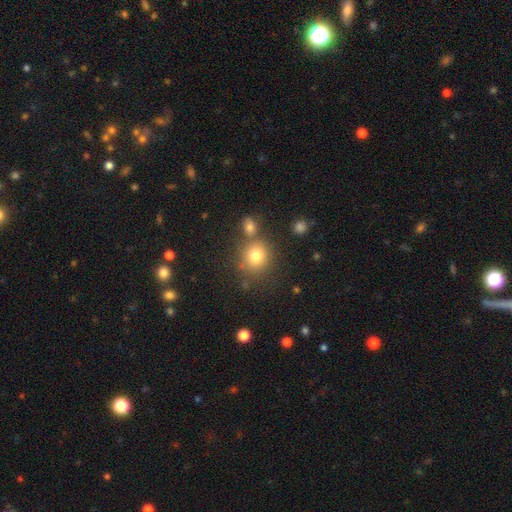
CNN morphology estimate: This appears to be a smooth galaxy with no disk features (78%) that is round (85%). Merging: none (69%).